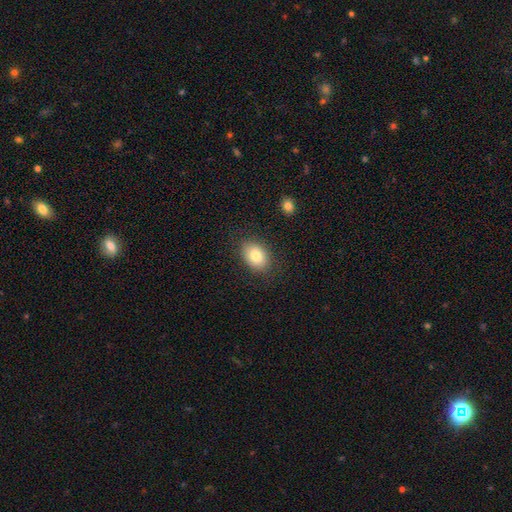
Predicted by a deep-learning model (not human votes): Overall: smooth (82%). How rounded: in between (76%). Merging: none (85%).